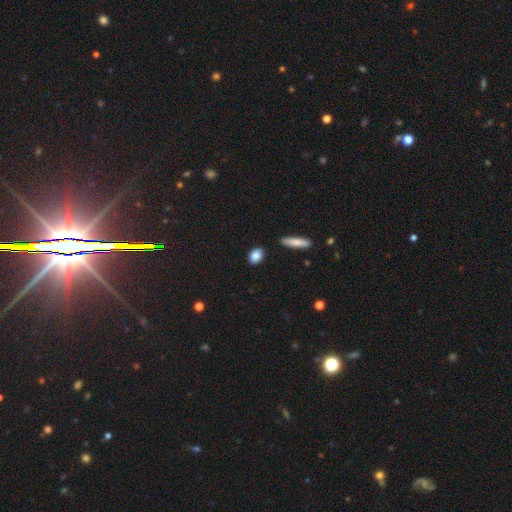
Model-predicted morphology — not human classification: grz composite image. It shows a smooth galaxy with no disk features (86%) that is in between round and cigar-shaped (76%). Merging: none (86%).